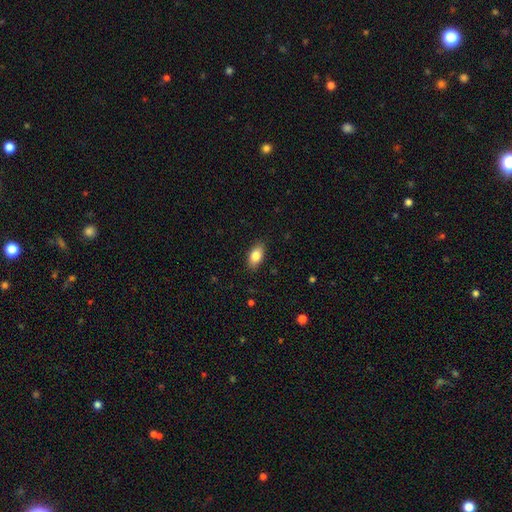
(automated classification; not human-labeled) smooth 83%, featured or disk 10%, star or artifact 7%. Down the decision tree: how rounded — in between (91%); merging — none (87%).